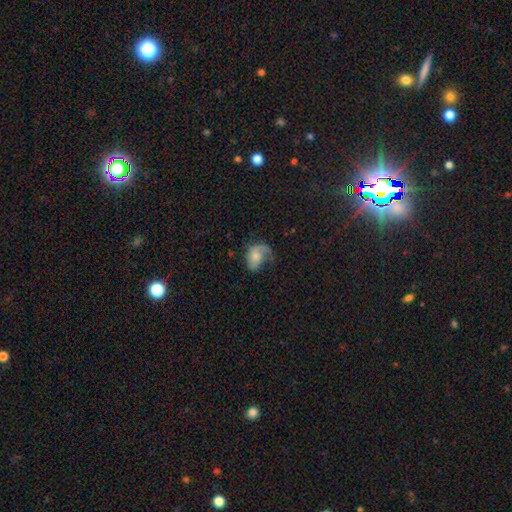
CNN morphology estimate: Smooth or featured: featured or disk — 47% (smooth — 44%)
Merging: major disturbance — 41% (none — 31%)